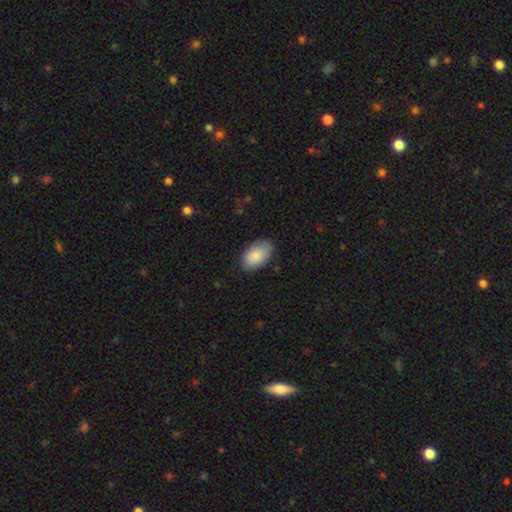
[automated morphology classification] This is clearly a smooth galaxy (86%). How rounded: clearly in between (92%). Merging: likely none (79%).